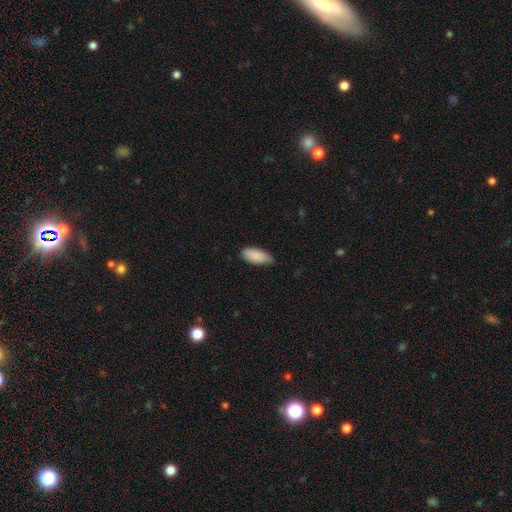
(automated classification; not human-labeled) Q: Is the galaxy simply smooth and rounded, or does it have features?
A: smooth — 89%.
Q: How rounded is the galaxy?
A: in between — 90%.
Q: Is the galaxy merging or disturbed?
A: none — 71%.